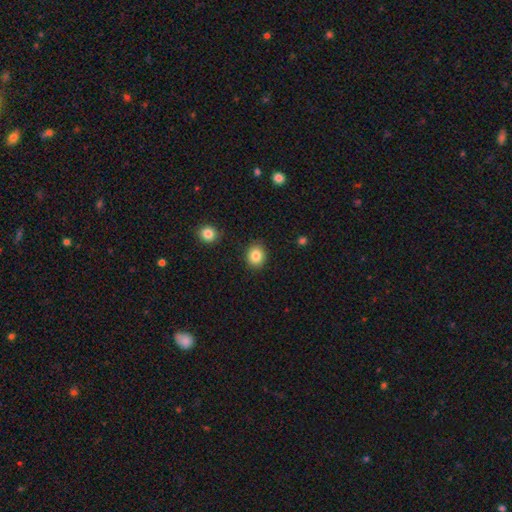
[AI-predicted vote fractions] Smooth or featured? smooth (85%)
How rounded? round (72%)
Merging? none (89%)